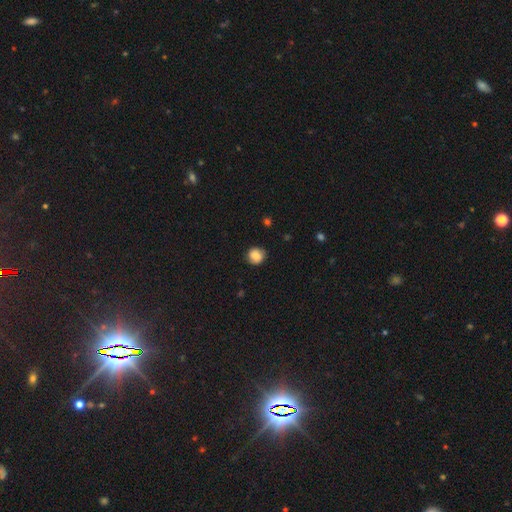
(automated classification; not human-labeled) smooth 79%, featured or disk 12%, star or artifact 9%. Down the decision tree: how rounded — round (84%); merging — none (81%).